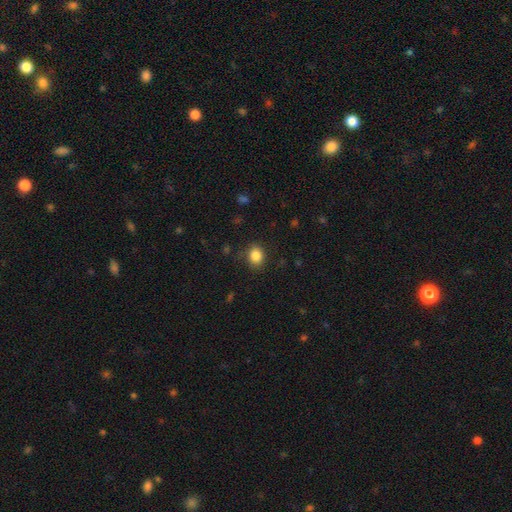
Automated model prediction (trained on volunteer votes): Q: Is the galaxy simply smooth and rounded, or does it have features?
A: smooth — 85%.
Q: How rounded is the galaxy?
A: round — 51%.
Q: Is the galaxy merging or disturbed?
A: none — 83%.